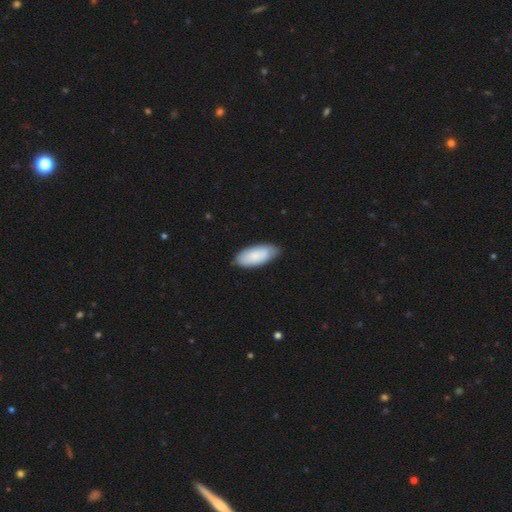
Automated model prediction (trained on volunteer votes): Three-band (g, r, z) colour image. It shows a smooth galaxy with no disk features (81%) that is in between round and cigar-shaped (87%). Merging: none (79%).